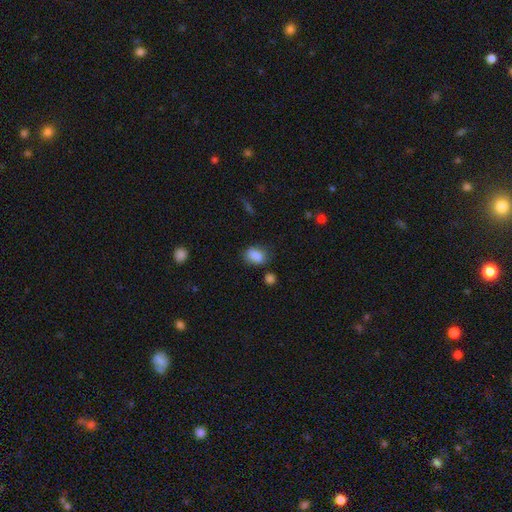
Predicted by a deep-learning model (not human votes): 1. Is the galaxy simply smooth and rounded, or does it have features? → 85% smooth, 9% star or artifact, 6% featured or disk.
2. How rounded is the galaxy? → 73% in between, 25% round, 1% cigar-shaped.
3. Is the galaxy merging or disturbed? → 67% none, 22% minor disturbance, 6% major disturbance, 5% merger.